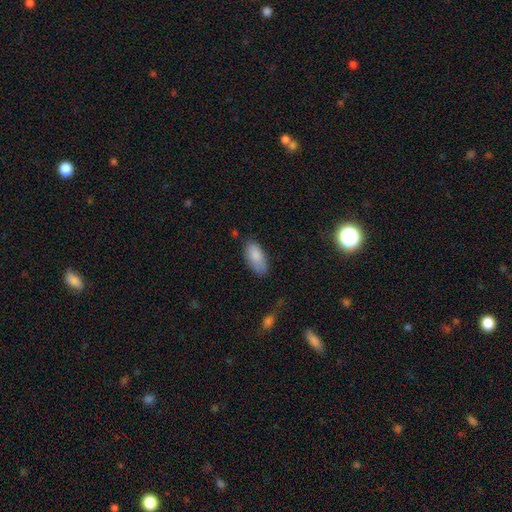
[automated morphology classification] This is clearly a smooth galaxy (86%). How rounded: clearly in between (90%). Merging: likely none (71%).